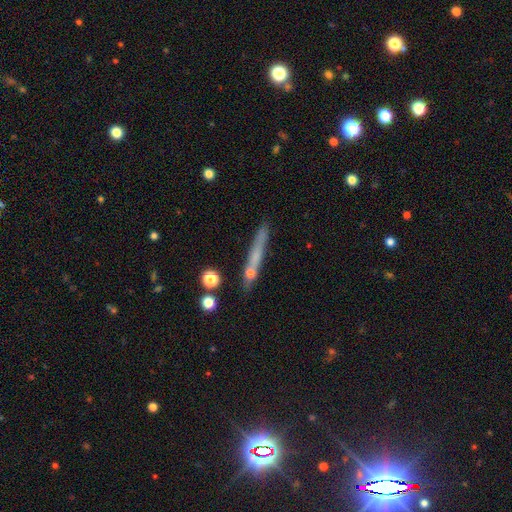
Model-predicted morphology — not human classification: smooth 53%, featured or disk 37%, star or artifact 10%. Down the decision tree: how rounded — cigar-shaped (93%); merging — none (77%).